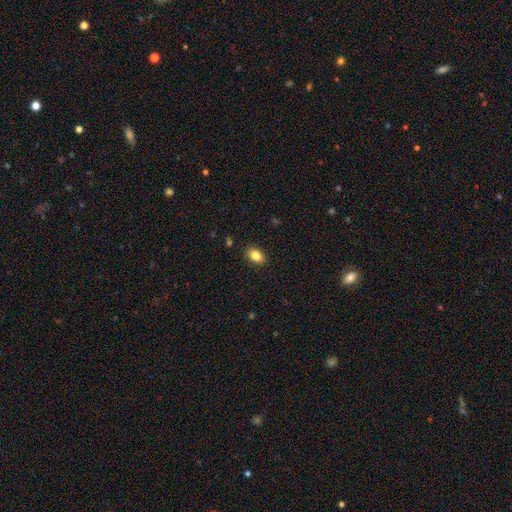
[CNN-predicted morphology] type=smooth (84%); roundness=in between (84%); merging=none (89%).